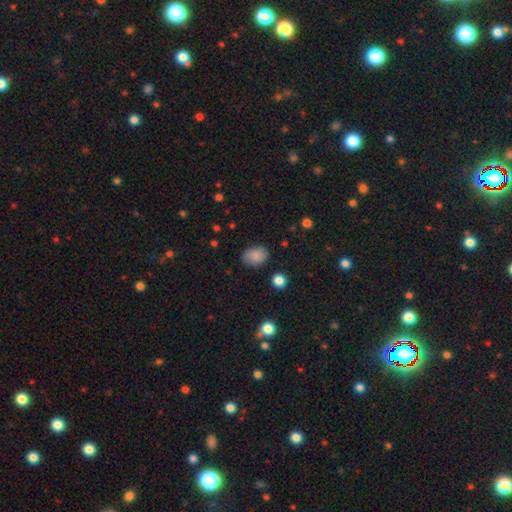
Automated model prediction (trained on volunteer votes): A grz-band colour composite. It shows a smooth galaxy with no disk features (85%) that is in between round and cigar-shaped (72%). Merging: none (76%).